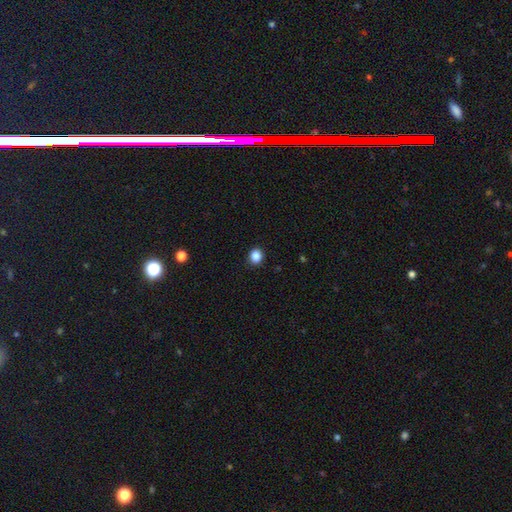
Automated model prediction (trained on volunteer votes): Morphology: type=smooth (85%); roundness=round (80%); merging=none (91%).